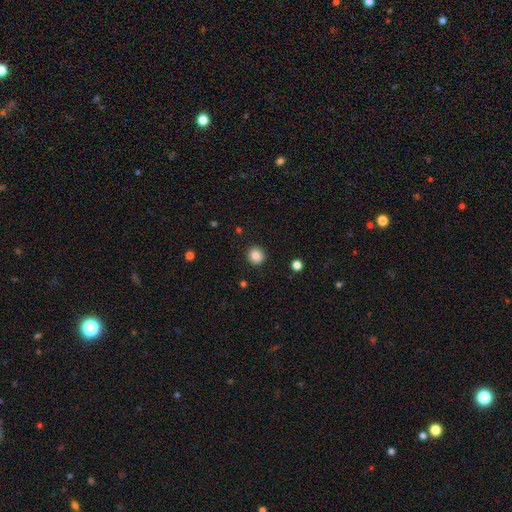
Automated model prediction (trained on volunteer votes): smooth_or_featured: smooth (p=0.84) [alt: star or artifact p=0.10]
how_rounded: round (p=0.93) [alt: in between p=0.06]
merging: none (p=0.91) [alt: minor disturbance p=0.06]